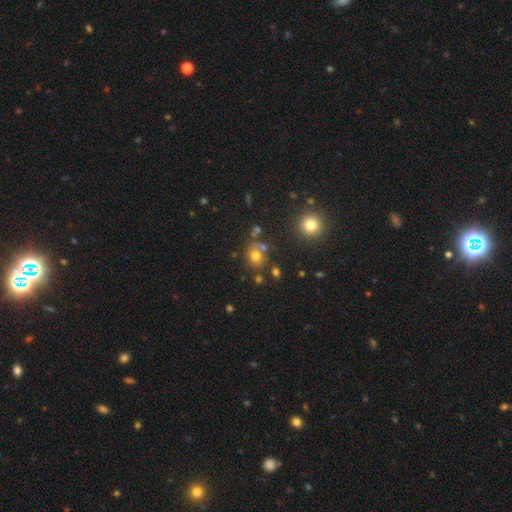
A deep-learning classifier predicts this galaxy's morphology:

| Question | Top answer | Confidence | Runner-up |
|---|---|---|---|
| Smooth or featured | smooth | 69% | star or artifact (18%) |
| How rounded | round | 67% | in between (32%) |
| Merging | none | 61% | minor disturbance (16%) |